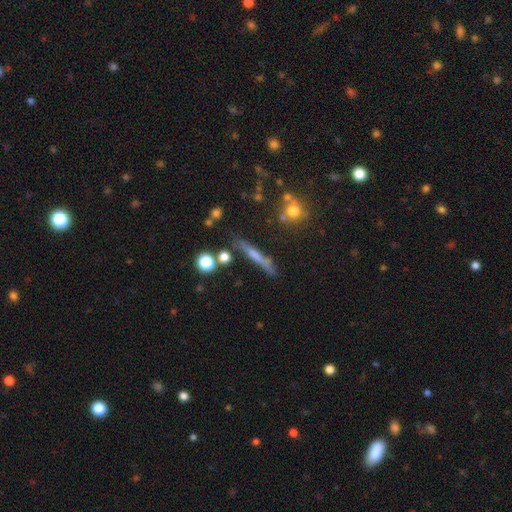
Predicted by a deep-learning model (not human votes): smooth 50%, featured or disk 39%, star or artifact 11%. Down the decision tree: merging — none (75%).